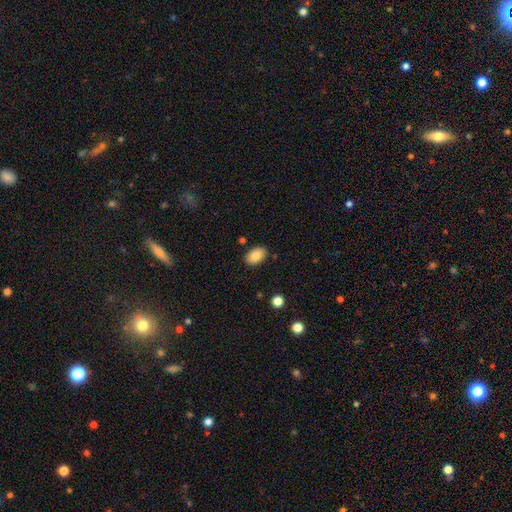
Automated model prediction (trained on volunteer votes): This is clearly a smooth galaxy (84%). How rounded: clearly in between (89%). Merging: clearly none (86%).